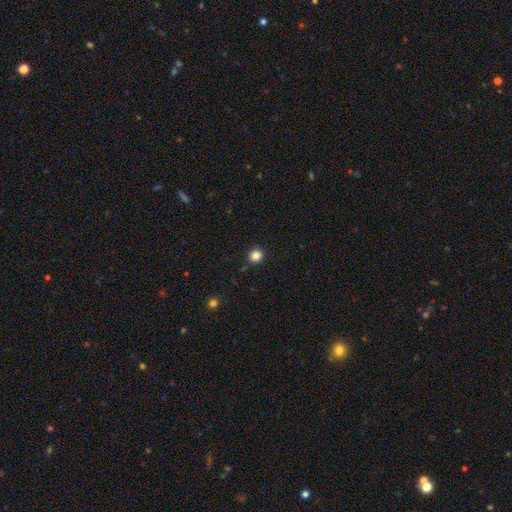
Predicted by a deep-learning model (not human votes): This appears to be a smooth galaxy with no disk features (84%) that is round (91%). Merging: none (90%).